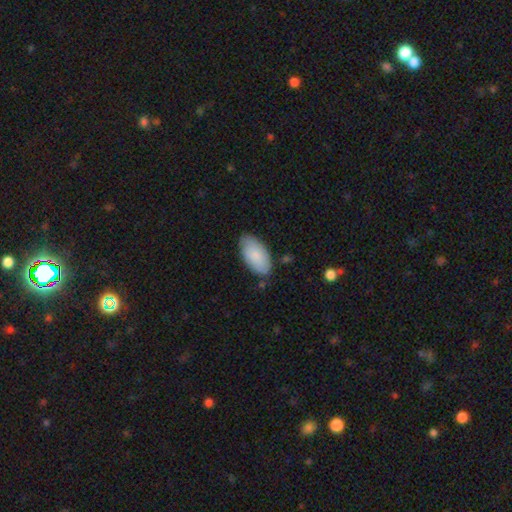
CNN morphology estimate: smooth-or-featured: smooth: 84% | featured or disk: 11% | star or artifact: 6%
  how-rounded: in between: 95% | cigar-shaped: 3% | round: 2%
  merging: none: 78% | minor disturbance: 17% | major disturbance: 3% | merger: 2%